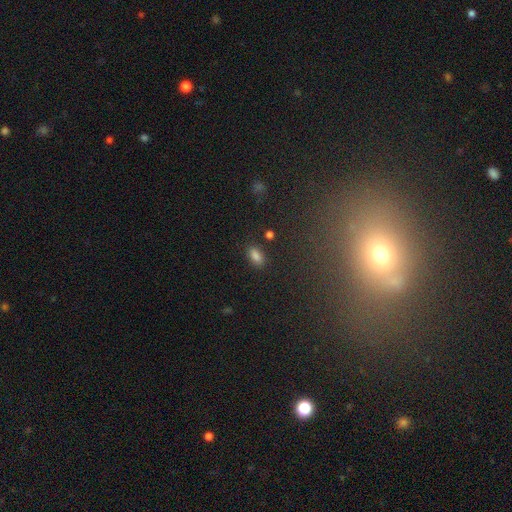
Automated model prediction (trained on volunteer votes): Smooth or featured: smooth — 82% (star or artifact — 13%)
How rounded: in between — 90% (round — 5%)
Merging: none — 85% (minor disturbance — 10%)